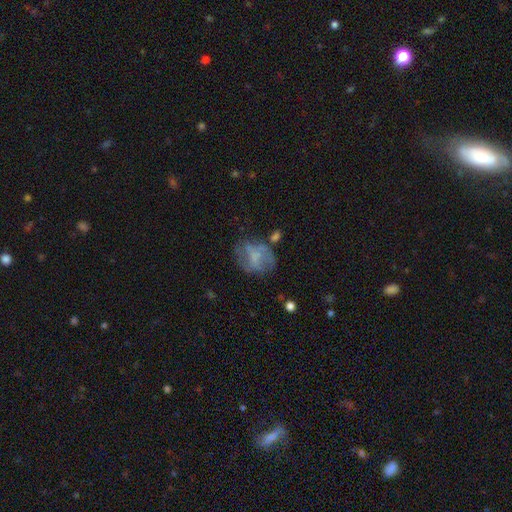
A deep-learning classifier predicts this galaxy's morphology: type=featured or disk (46%); merging=none (43%).